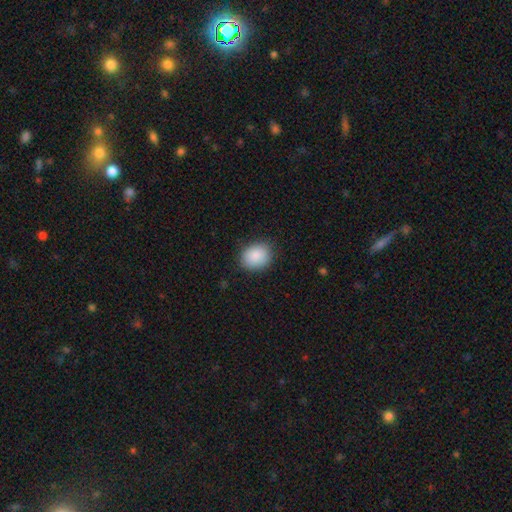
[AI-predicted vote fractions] Smooth or featured?
  - smooth: 88% *
  - star or artifact: 7%
  - featured or disk: 4%
How rounded?
  - round: 52% *
  - in between: 47%
  - cigar-shaped: 1%
Merging?
  - none: 85% *
  - minor disturbance: 11%
  - major disturbance: 3%
  - merger: 1%